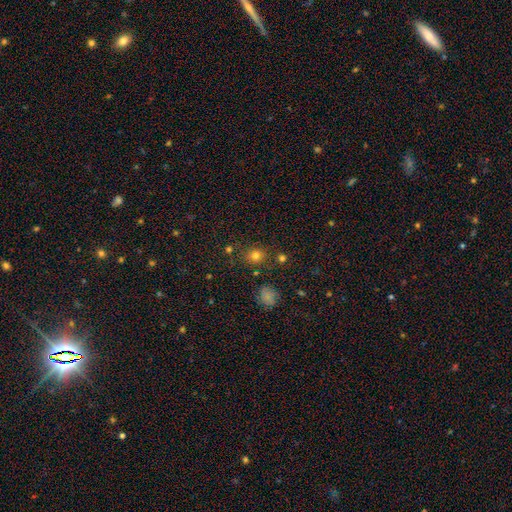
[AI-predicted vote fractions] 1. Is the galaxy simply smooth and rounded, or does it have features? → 75% smooth, 18% star or artifact, 7% featured or disk.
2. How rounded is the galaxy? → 81% round, 18% in between, 1% cigar-shaped.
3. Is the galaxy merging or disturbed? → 81% none, 10% minor disturbance, 5% merger, 4% major disturbance.